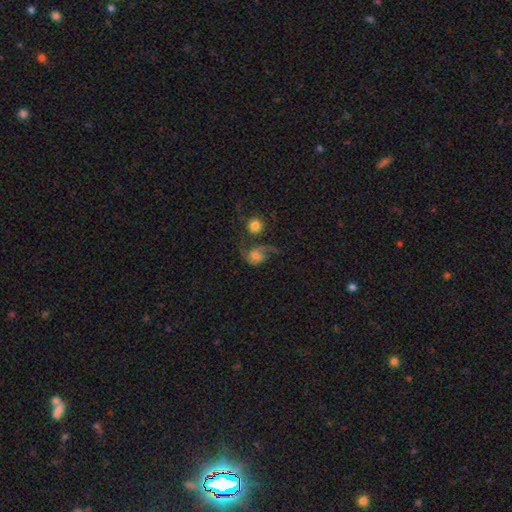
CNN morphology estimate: This appears to be a featured or disk galaxy (66%) with no bar (52%), 2 (78%) loose (56%) spiral arms (91%) and a moderate central bulge (36%). Merging: none (38%).